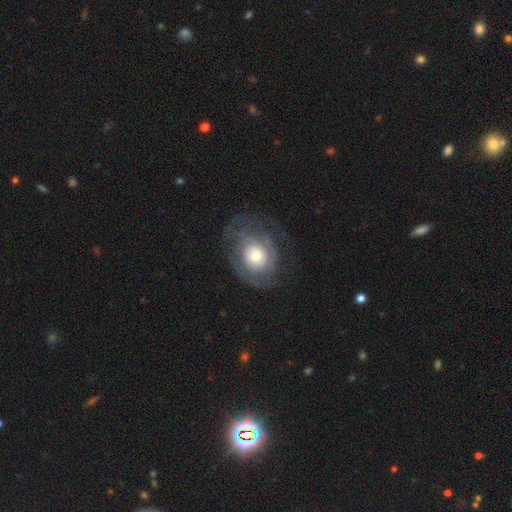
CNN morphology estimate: smooth-or-featured: featured or disk: 68% | smooth: 25% | star or artifact: 7%
  disk-edge-on: no: 97% | yes: 3%
    bar: no: 81% | weak: 16% | strong: 3%
    has-spiral-arms: yes: 80% | no: 20%
      spiral-winding: tight: 57% | medium: 31% | loose: 13%
      spiral-arm-count: can't tell: 45% | 2: 27% | 3: 12% | 1: 7% | 4: 5% | more than 4: 4%
    bulge-size: moderate: 48% | large: 31% | small: 15% | dominant: 3% | none: 2%
  merging: none: 62% | minor disturbance: 19% | major disturbance: 17% | merger: 1%